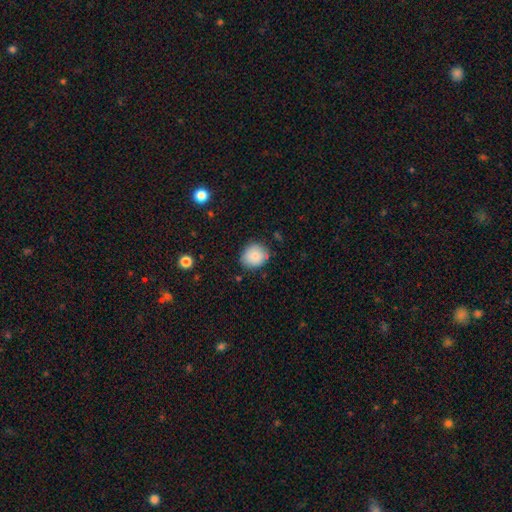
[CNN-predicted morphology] smooth-or-featured: smooth: 85% | star or artifact: 9% | featured or disk: 6%
  how-rounded: round: 80% | in between: 19% | cigar-shaped: 1%
  merging: none: 83% | minor disturbance: 13% | major disturbance: 3% | merger: 2%